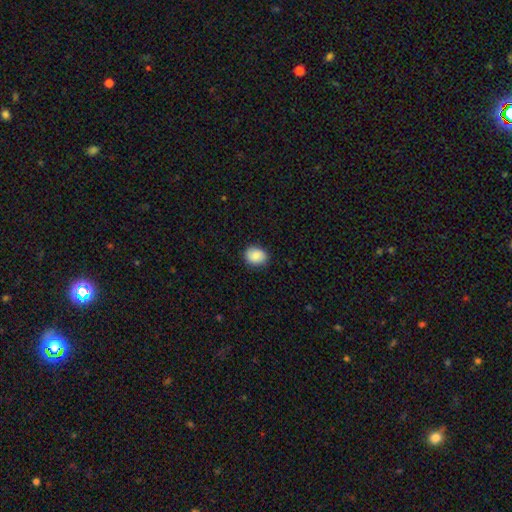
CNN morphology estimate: This appears to be a smooth galaxy with no disk features (87%) that is round (60%). Merging: none (84%).